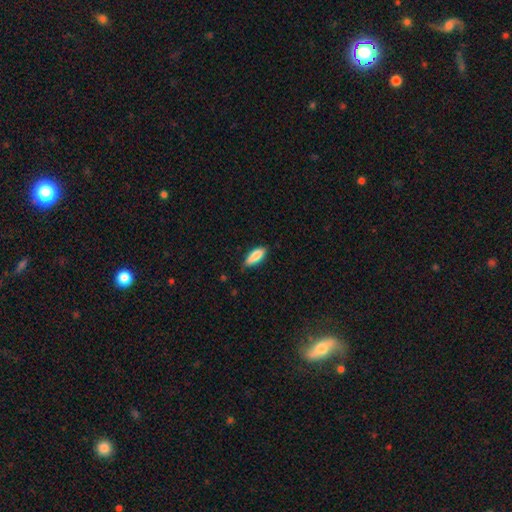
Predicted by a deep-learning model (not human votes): Smooth or featured? Predicted: smooth (p=0.85). How rounded? Predicted: in between (p=0.66). Merging? Predicted: none (p=0.74).